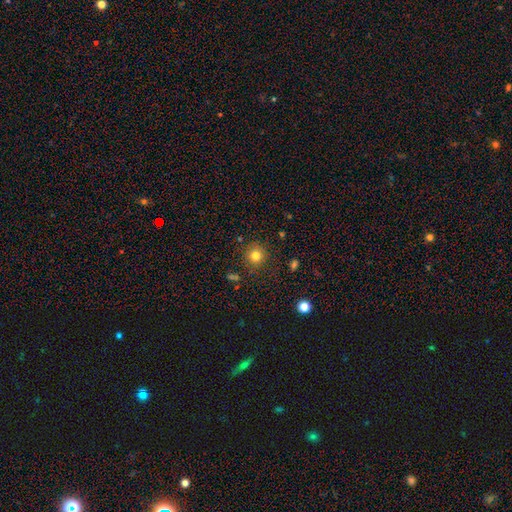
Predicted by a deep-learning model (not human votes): This is likely a smooth galaxy (79%). How rounded: clearly round (91%). Merging: clearly none (86%).